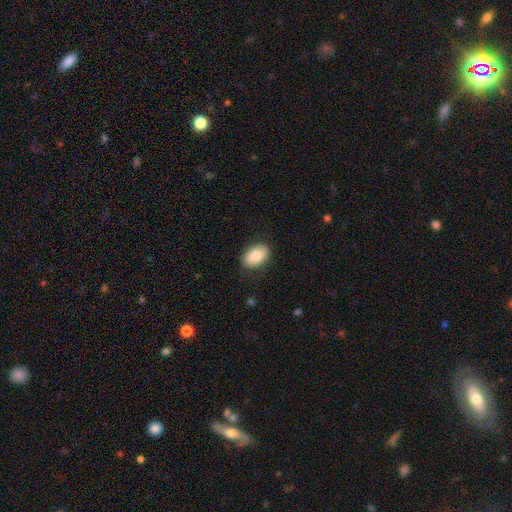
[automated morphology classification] smooth_or_featured: smooth (p=0.81) [alt: featured or disk p=0.12]
how_rounded: in between (p=0.89) [alt: round p=0.09]
merging: none (p=0.85) [alt: minor disturbance p=0.11]